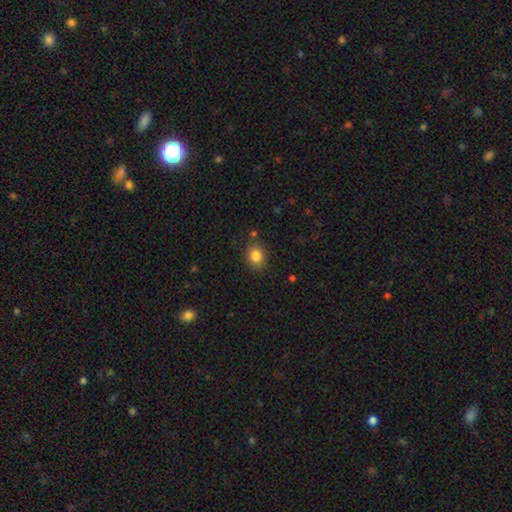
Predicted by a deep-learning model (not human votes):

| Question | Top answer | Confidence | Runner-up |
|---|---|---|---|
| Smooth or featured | smooth | 83% | star or artifact (11%) |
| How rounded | round | 55% | in between (44%) |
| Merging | none | 84% | minor disturbance (11%) |